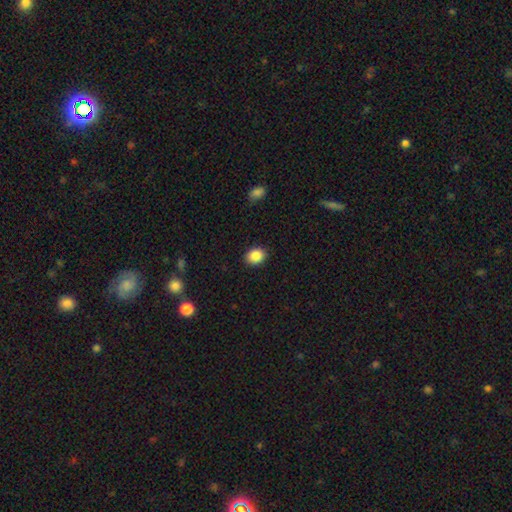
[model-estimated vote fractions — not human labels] Overall: smooth (88%). How rounded: in between (51%; round 48%). Merging: none (89%).